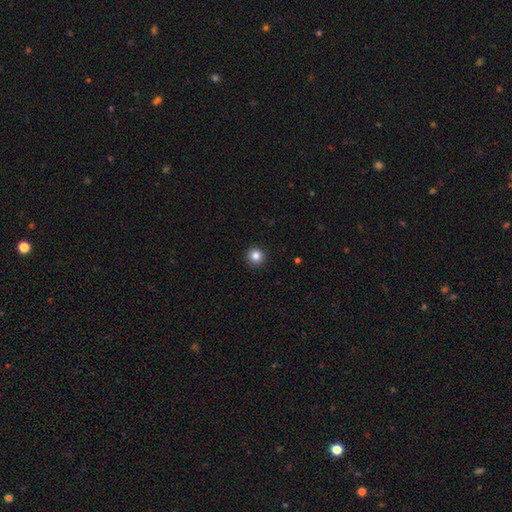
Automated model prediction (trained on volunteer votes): Overall: smooth (84%). How rounded: round (96%). Merging: none (93%).